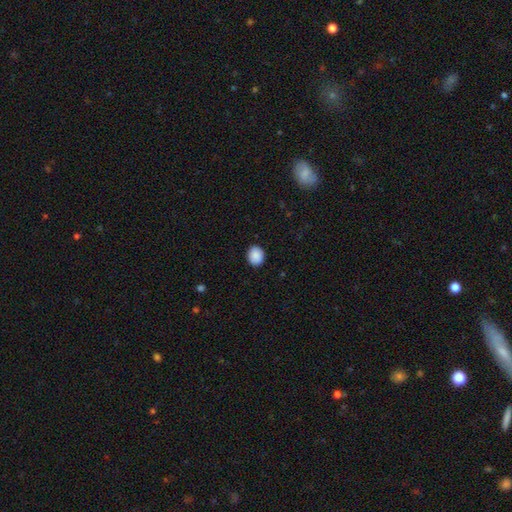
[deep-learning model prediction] smooth 89%, star or artifact 8%, featured or disk 3%. Down the decision tree: how rounded — round (61%); merging — none (90%).